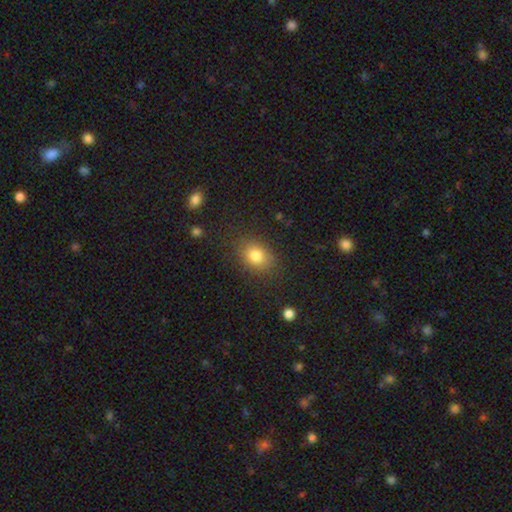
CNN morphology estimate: Q: Smooth or featured?
A: smooth (80%); runner-up: star or artifact (11%)
Q: How rounded?
A: in between (62%); runner-up: round (37%)
Q: Merging?
A: none (82%); runner-up: minor disturbance (12%)